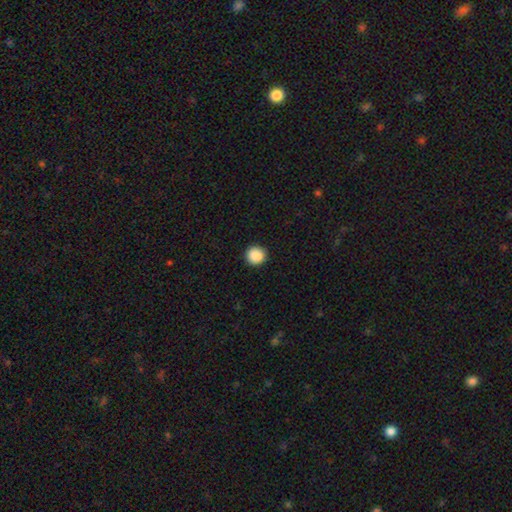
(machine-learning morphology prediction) A smooth galaxy with no disk features (89%) that is round (94%). Merging: none (92%).